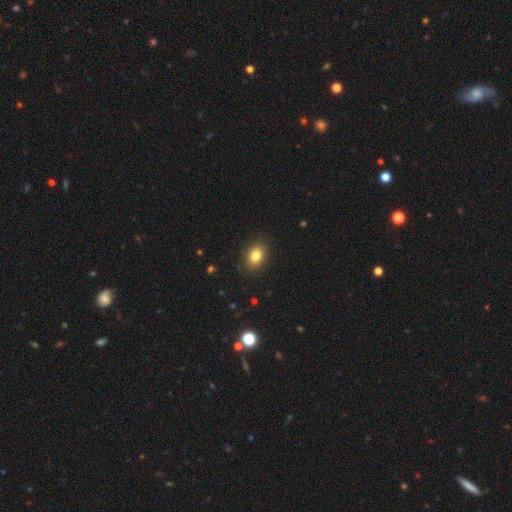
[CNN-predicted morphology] Overall: smooth (82%). How rounded: in between (71%). Merging: none (88%).